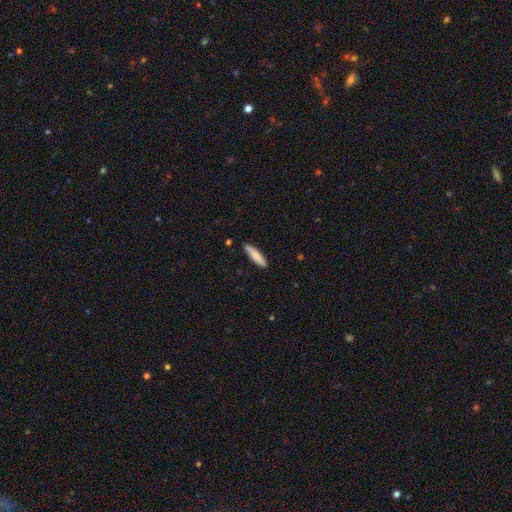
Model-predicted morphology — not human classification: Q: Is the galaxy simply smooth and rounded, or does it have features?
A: smooth — 83%.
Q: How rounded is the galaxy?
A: cigar-shaped — 82%.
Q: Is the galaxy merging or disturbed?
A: none — 86%.